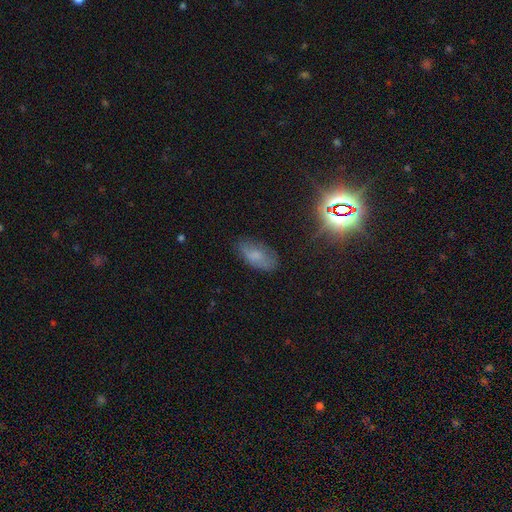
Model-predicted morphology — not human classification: Smooth or featured?
  - smooth: 63% *
  - featured or disk: 20%
  - star or artifact: 17%
How rounded?
  - in between: 91% *
  - cigar-shaped: 5%
  - round: 4%
Merging?
  - none: 66% *
  - minor disturbance: 24%
  - major disturbance: 8%
  - merger: 2%